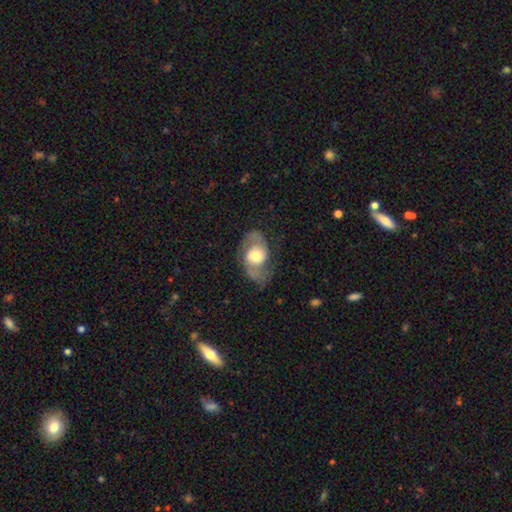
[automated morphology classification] Overall: featured or disk (75%). Edge-on disk: no (96%). Bar: no (64%; weak 28%). Spiral arms: yes (87%). Spiral arm count: 2 (90%). Spiral winding: medium (46%; loose 39%). Bulge size: moderate (62%; large 26%). Merging: none (64%).